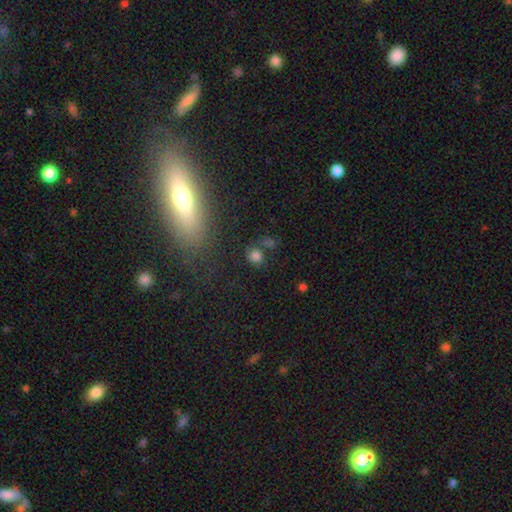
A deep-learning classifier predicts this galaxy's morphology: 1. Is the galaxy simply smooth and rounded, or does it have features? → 74% smooth, 17% star or artifact, 8% featured or disk.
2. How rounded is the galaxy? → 80% round, 18% in between, 1% cigar-shaped.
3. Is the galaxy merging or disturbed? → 63% none, 15% merger, 14% minor disturbance, 8% major disturbance.